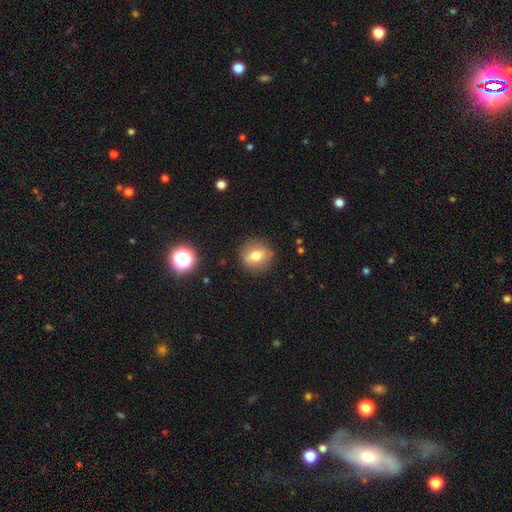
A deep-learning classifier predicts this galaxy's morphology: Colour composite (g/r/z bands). It shows a smooth galaxy with no disk features (64%) that is round (72%). Merging: none (87%).